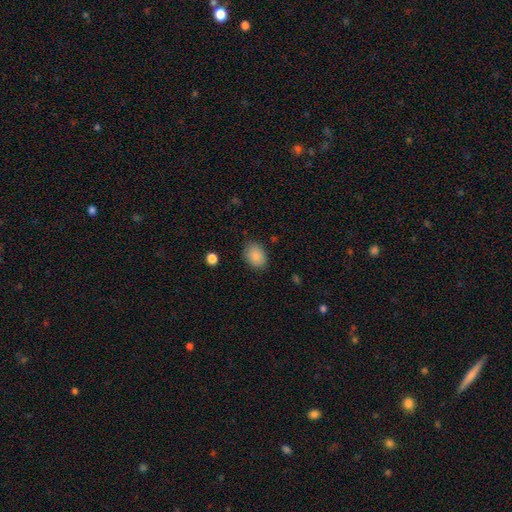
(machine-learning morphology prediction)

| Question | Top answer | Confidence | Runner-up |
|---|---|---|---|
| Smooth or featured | smooth | 88% | star or artifact (8%) |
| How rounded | in between | 70% | round (29%) |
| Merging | none | 83% | minor disturbance (13%) |